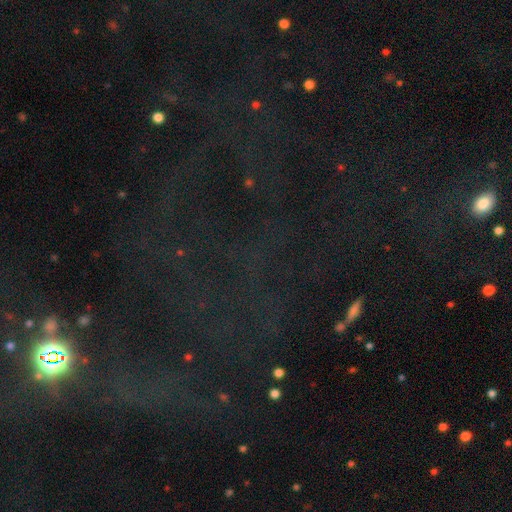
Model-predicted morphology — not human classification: Smooth or featured: star or artifact — 73% (smooth — 14%)